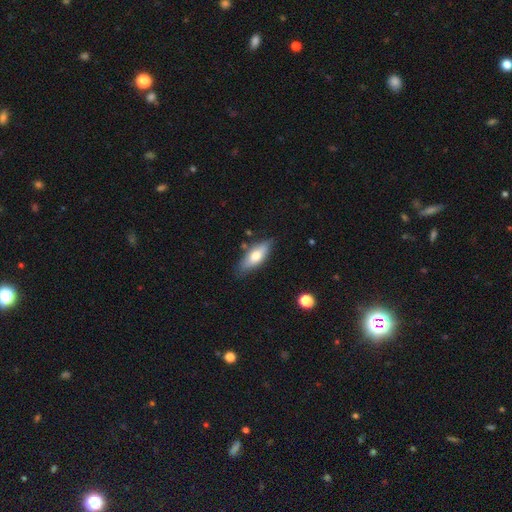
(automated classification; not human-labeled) smooth-or-featured: smooth: 63% | featured or disk: 31% | star or artifact: 6%
  how-rounded: in between: 69% | cigar-shaped: 29% | round: 3%
  merging: none: 77% | minor disturbance: 17% | merger: 3% | major disturbance: 3%